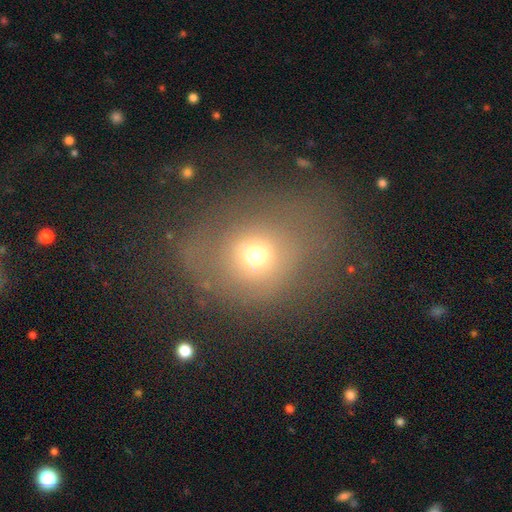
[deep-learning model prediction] A smooth galaxy with no disk features (63%) that is round (72%). Merging: none (52%).